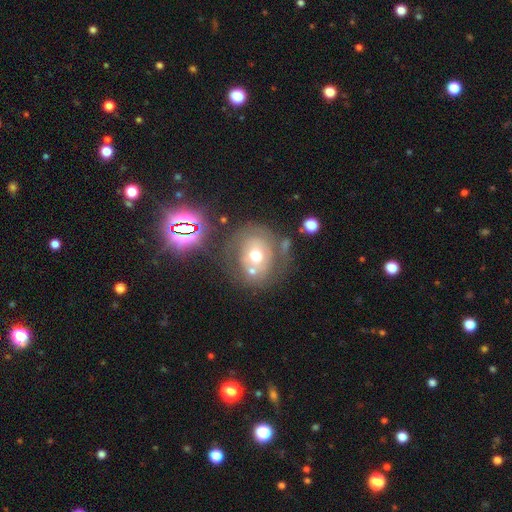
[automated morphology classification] This appears to be a smooth galaxy with no disk features (47%). Merging: none (55%).